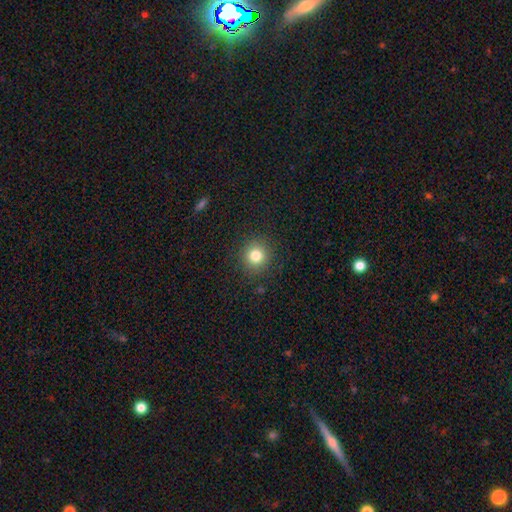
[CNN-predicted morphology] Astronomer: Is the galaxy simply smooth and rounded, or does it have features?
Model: smooth — 80%.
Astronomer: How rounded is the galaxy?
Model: round — 92%.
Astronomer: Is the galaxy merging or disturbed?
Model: none — 90%.